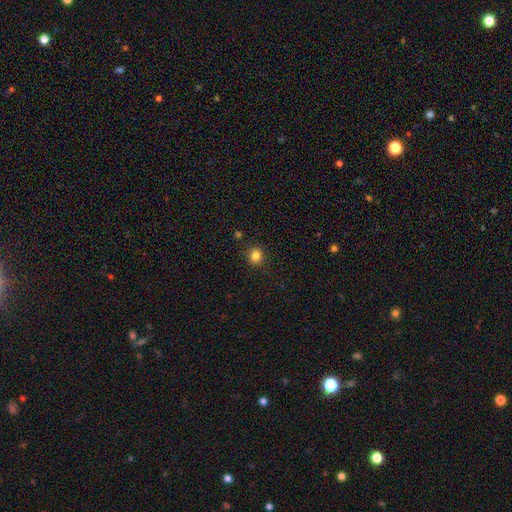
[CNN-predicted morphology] Smooth or featured? smooth (84%)
How rounded? round (86%)
Merging? none (89%)